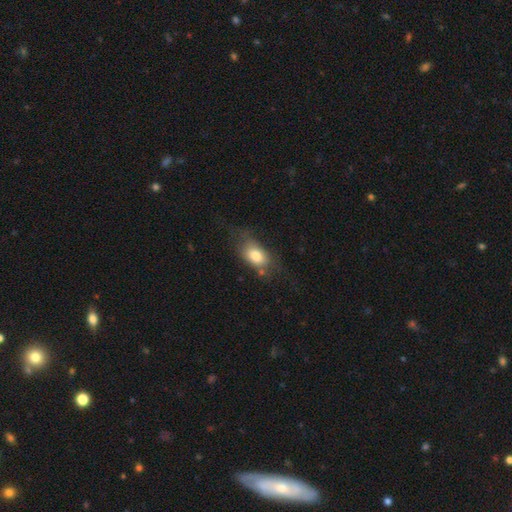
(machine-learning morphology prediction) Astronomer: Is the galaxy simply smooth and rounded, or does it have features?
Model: smooth — 79%.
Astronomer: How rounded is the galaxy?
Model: in between — 86%.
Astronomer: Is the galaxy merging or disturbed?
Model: none — 52% (runner-up: minor disturbance, 28%).